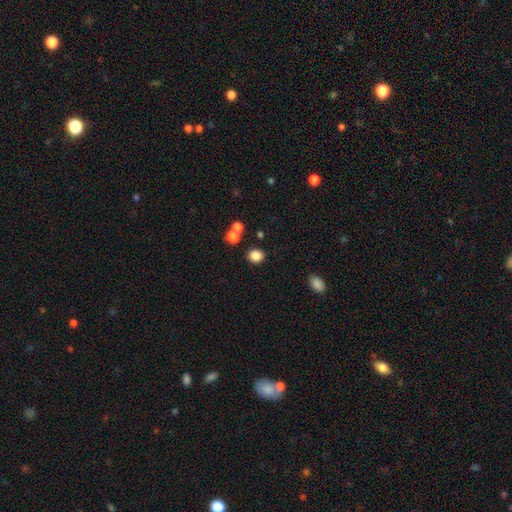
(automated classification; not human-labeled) Morphology: type=smooth (84%); roundness=round (73%); merging=none (83%).